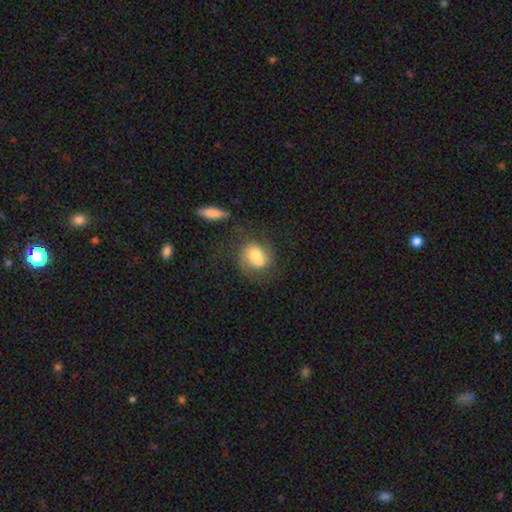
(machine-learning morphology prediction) The model was most divided on "merging": none: 40%, merger: 28%, minor disturbance: 19%, major disturbance: 13%. More confident: smooth or featured — smooth (61%); how rounded — round (60%).